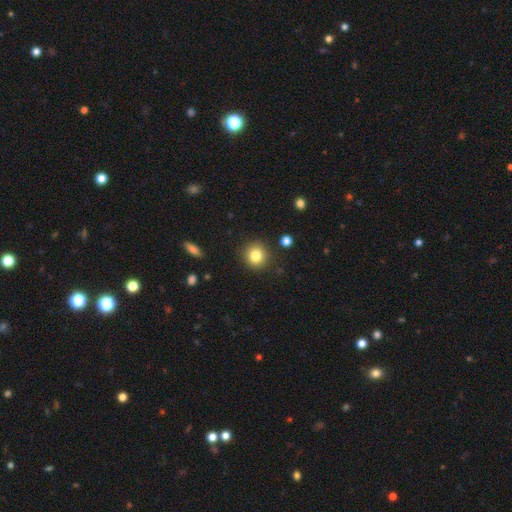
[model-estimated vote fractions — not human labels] A smooth galaxy with no disk features (82%) that is round (90%). Merging: none (89%).